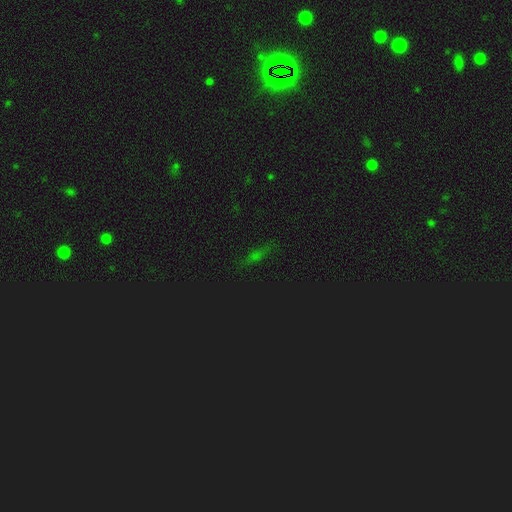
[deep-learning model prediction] Smooth or featured? Predicted: star or artifact (p=0.56).